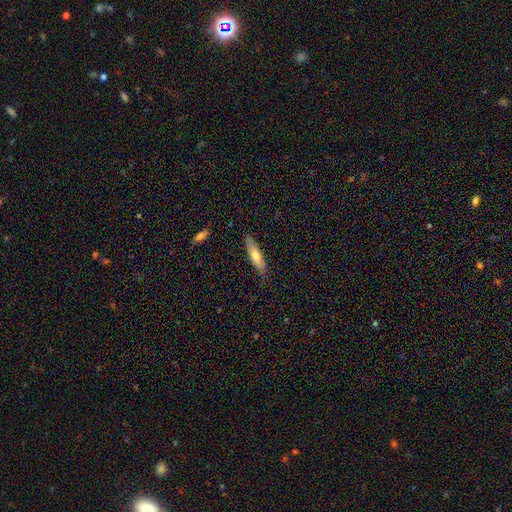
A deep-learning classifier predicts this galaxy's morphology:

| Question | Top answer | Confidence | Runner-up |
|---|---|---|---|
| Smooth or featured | smooth | 62% | featured or disk (32%) |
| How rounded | cigar-shaped | 73% | in between (25%) |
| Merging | none | 80% | minor disturbance (16%) |